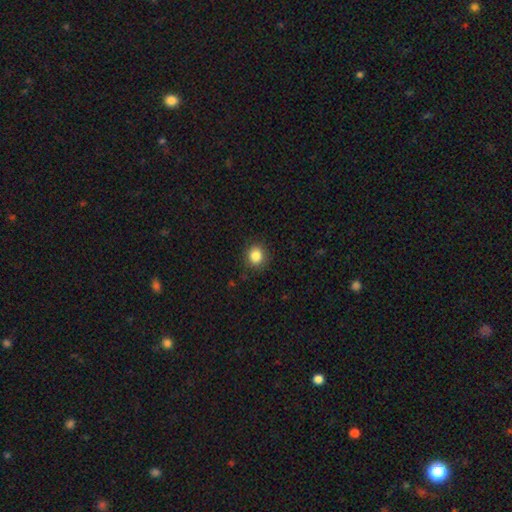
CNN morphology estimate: Smooth or featured?
  - smooth: 85% *
  - star or artifact: 10%
  - featured or disk: 4%
How rounded?
  - round: 77% *
  - in between: 22%
  - cigar-shaped: 1%
Merging?
  - none: 89% *
  - minor disturbance: 8%
  - major disturbance: 2%
  - merger: 1%